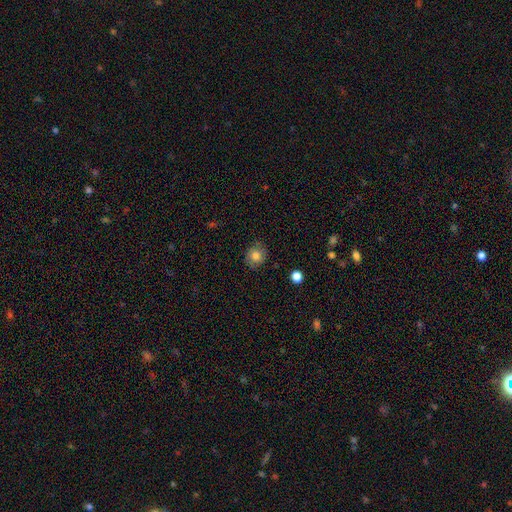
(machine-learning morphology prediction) Overall: smooth (79%). How rounded: round (77%). Merging: none (85%).